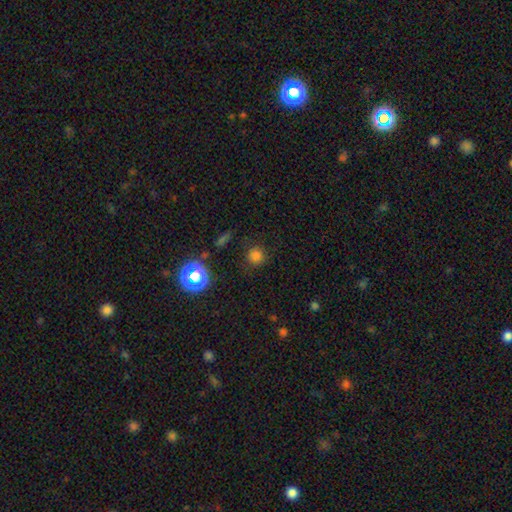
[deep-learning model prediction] smooth_or_featured: smooth (p=0.72) [alt: star or artifact p=0.22]
how_rounded: round (p=0.92) [alt: in between p=0.07]
merging: none (p=0.84) [alt: minor disturbance p=0.10]